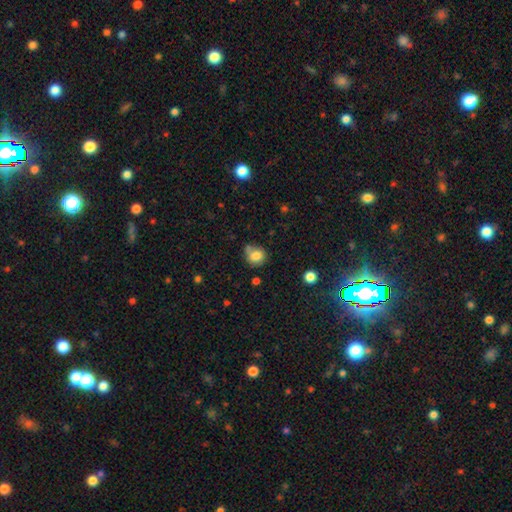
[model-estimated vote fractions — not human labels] The model was most divided on "merging": none: 58%, minor disturbance: 21%, merger: 15%, major disturbance: 6%. More confident: smooth or featured — smooth (81%); how rounded — round (81%).